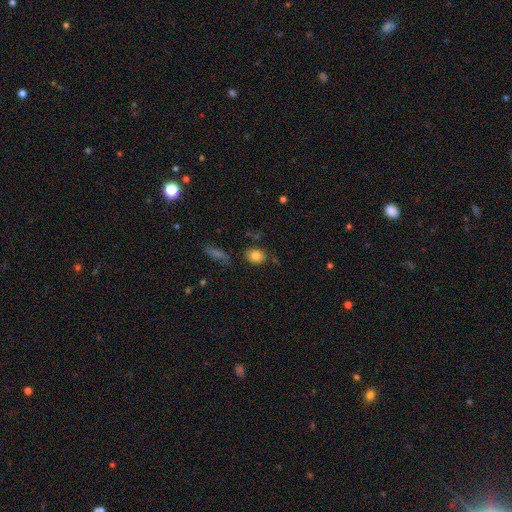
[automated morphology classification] smooth_or_featured: smooth (p=0.83) [alt: star or artifact p=0.10]
how_rounded: round (p=0.50) [alt: in between p=0.49]
merging: none (p=0.77) [alt: minor disturbance p=0.15]